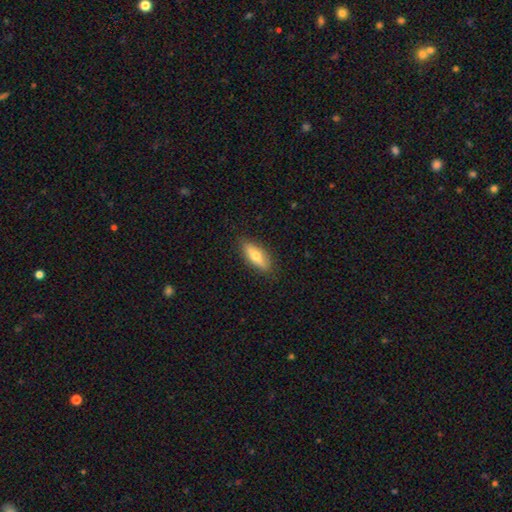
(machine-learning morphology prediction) A smooth galaxy with no disk features (60%) that is in between round and cigar-shaped (58%).

Vote fractions:
- Smooth or featured? smooth: 60% / featured or disk: 33% / star or artifact: 6%
- How rounded? in between: 58% / cigar-shaped: 40% / round: 3%
- Merging? none: 87% / minor disturbance: 10% / major disturbance: 2% / merger: 1%